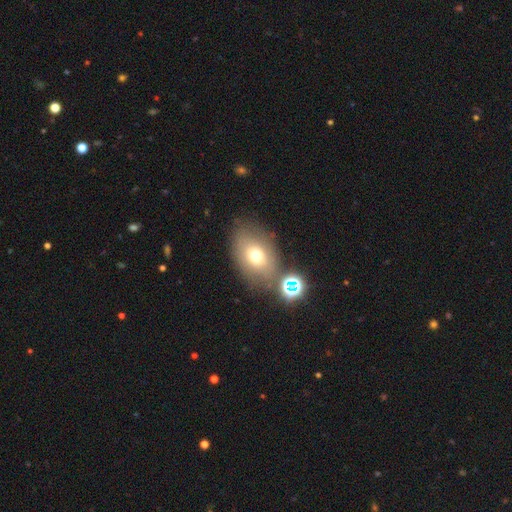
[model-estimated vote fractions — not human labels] A smooth galaxy with no disk features (67%) that is in between round and cigar-shaped (73%).

Vote fractions:
- Smooth or featured? smooth: 67% / featured or disk: 19% / star or artifact: 14%
- How rounded? in between: 73% / round: 26% / cigar-shaped: 1%
- Merging? none: 69% / minor disturbance: 15% / merger: 10% / major disturbance: 6%